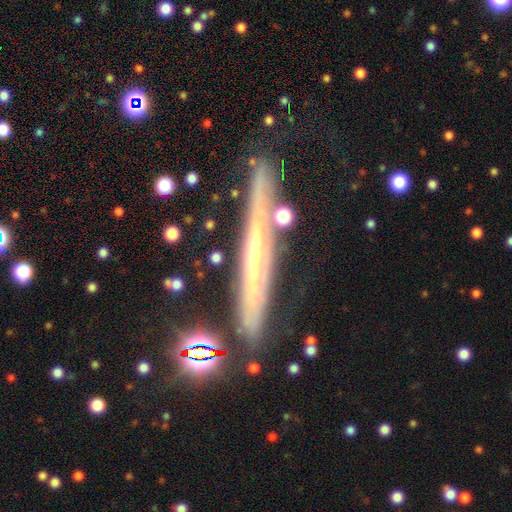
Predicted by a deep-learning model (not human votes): The model was most divided on "edge-on bulge": none: 67%, rounded: 28%, boxy: 5%. More confident: edge-on disk — yes (91%); merging — none (81%); smooth or featured — featured or disk (67%).